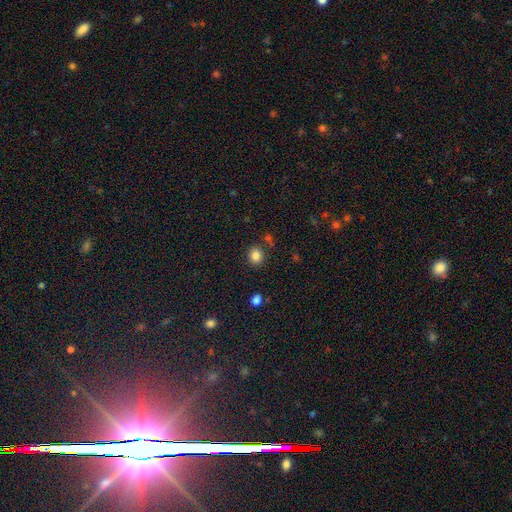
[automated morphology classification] This is clearly a smooth galaxy (83%). How rounded: likely round (79%). Merging: clearly none (82%).